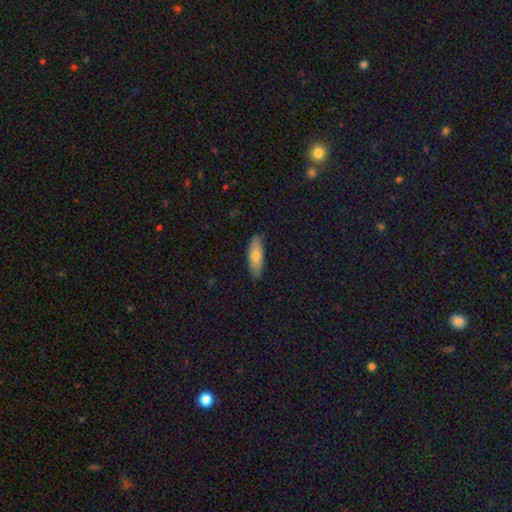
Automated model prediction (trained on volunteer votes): Smooth or featured? smooth (72%)
How rounded? in between (62%)
Merging? none (87%)